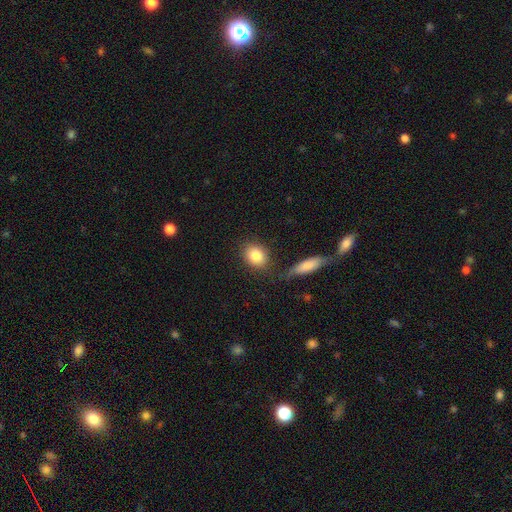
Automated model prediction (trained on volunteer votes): A smooth galaxy with no disk features (83%) that is round (53%). Merging: none (77%).